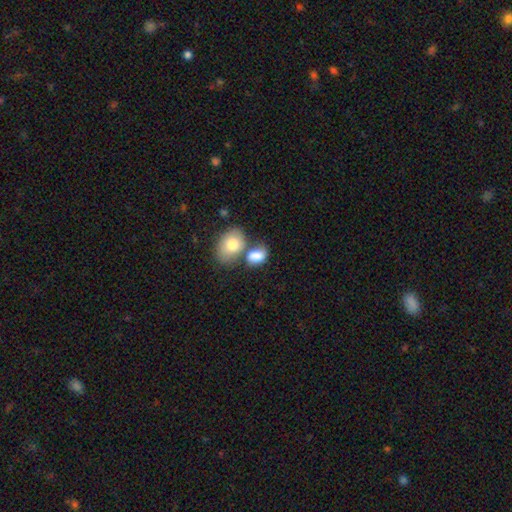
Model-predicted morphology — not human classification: Overall: smooth (80%). How rounded: in between (81%). Merging: merger (47%; none 32%).